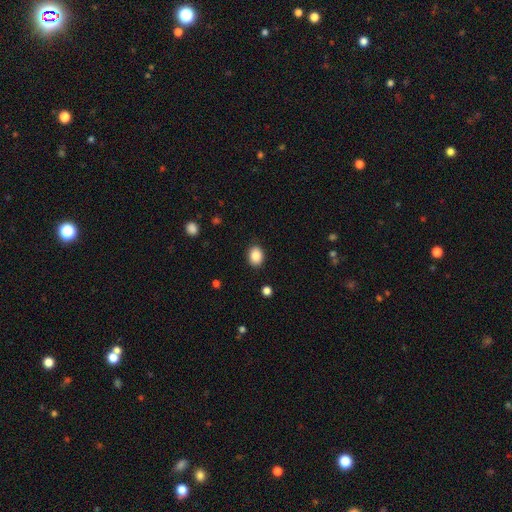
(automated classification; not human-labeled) Morphology: type=smooth (88%); roundness=in between (62%); merging=none (88%).